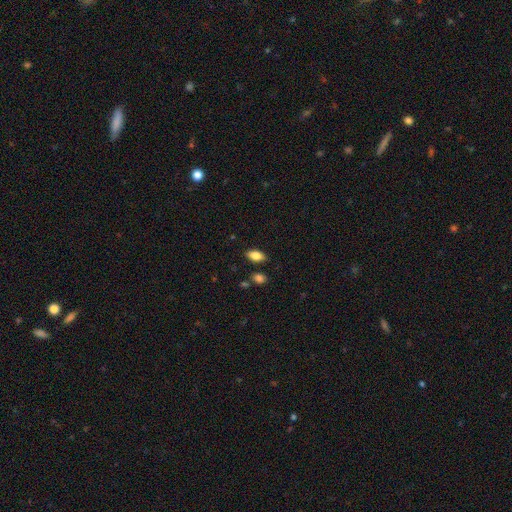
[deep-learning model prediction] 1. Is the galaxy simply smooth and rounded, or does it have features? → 80% smooth, 12% featured or disk, 8% star or artifact.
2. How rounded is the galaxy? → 89% in between, 6% cigar-shaped, 4% round.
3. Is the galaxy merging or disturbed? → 84% none, 10% minor disturbance, 3% merger, 2% major disturbance.